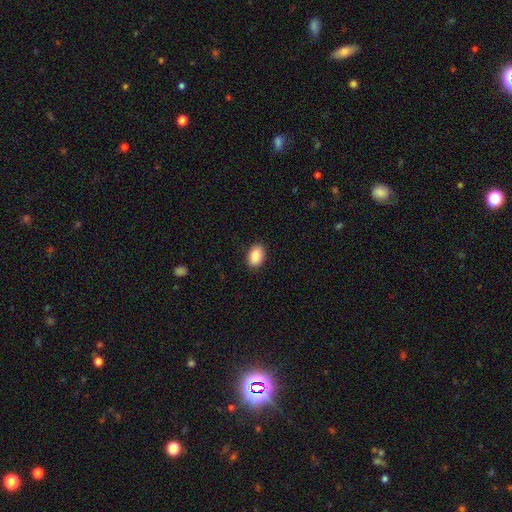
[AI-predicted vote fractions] The model was most divided on "merging": none: 89%, minor disturbance: 8%, major disturbance: 2%, merger: 1%. More confident: how rounded — in between (90%); smooth or featured — smooth (89%).